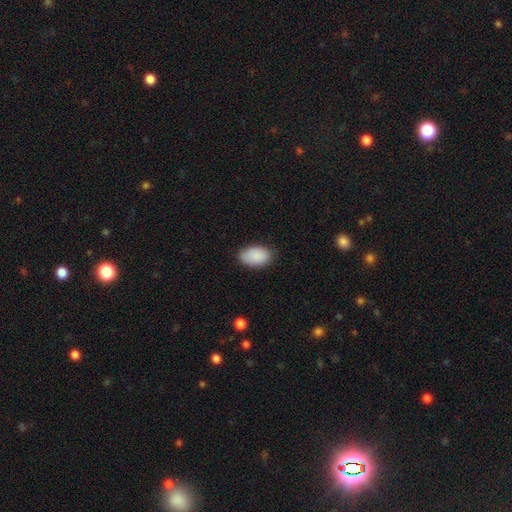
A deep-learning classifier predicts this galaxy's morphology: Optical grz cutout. It shows a smooth galaxy with no disk features (89%) that is in between round and cigar-shaped (93%). Merging: none (83%).